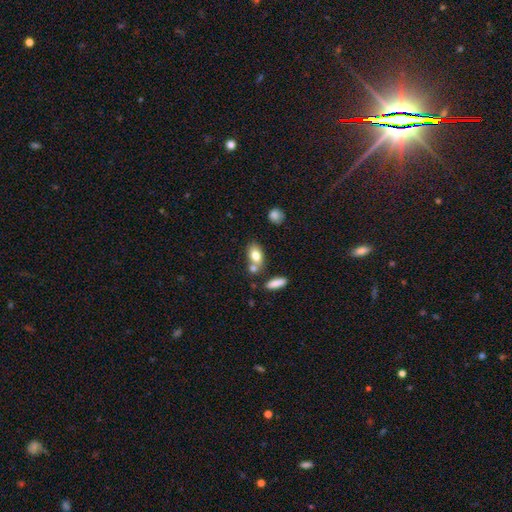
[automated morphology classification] smooth 76%, featured or disk 16%, star or artifact 8%. Down the decision tree: how rounded — in between (82%); merging — none (52%).